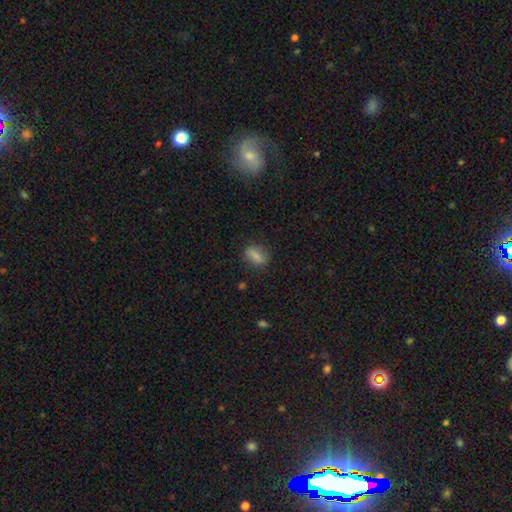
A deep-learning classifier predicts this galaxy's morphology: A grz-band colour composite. It shows a smooth galaxy with no disk features (79%) that is in between round and cigar-shaped (74%). Merging: none (79%).